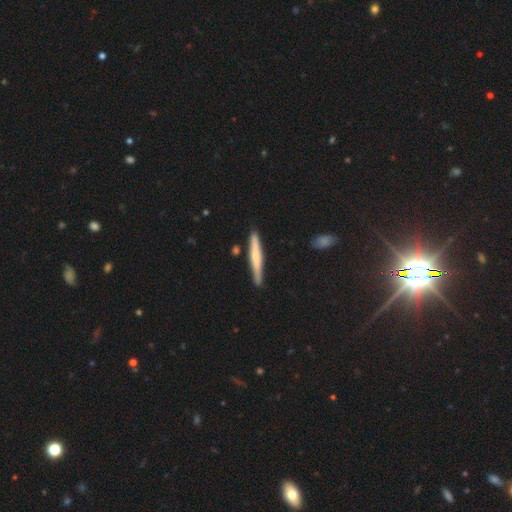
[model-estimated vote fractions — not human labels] smooth-or-featured: smooth: 53% | featured or disk: 42% | star or artifact: 5%
  how-rounded: cigar-shaped: 95% | in between: 3% | round: 1%
  merging: none: 84% | minor disturbance: 11% | merger: 3% | major disturbance: 2%